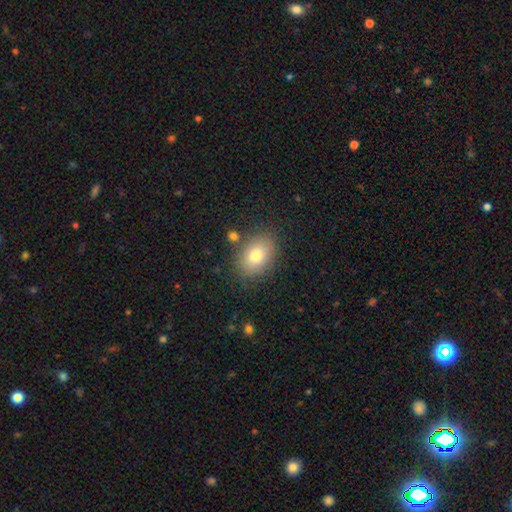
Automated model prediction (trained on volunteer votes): This is likely a smooth galaxy (78%). How rounded: likely in between (75%). Merging: clearly none (81%).